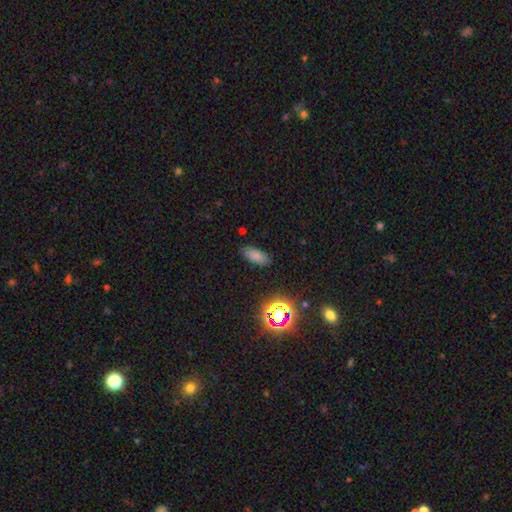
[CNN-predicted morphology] This is likely a smooth galaxy (77%). How rounded: clearly in between (85%). Merging: clearly none (84%).